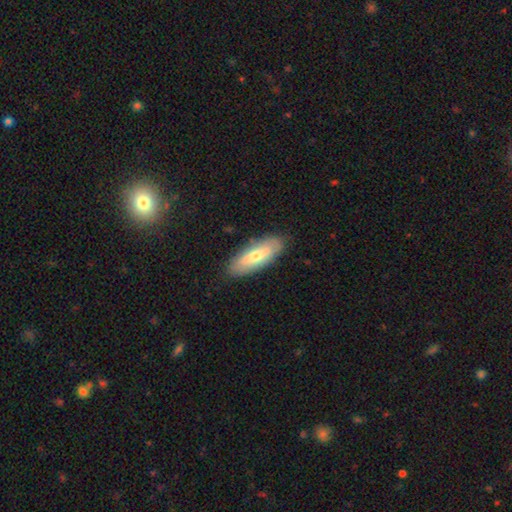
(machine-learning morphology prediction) Smooth or featured? smooth (59%)
How rounded? in between (65%)
Merging? none (86%)